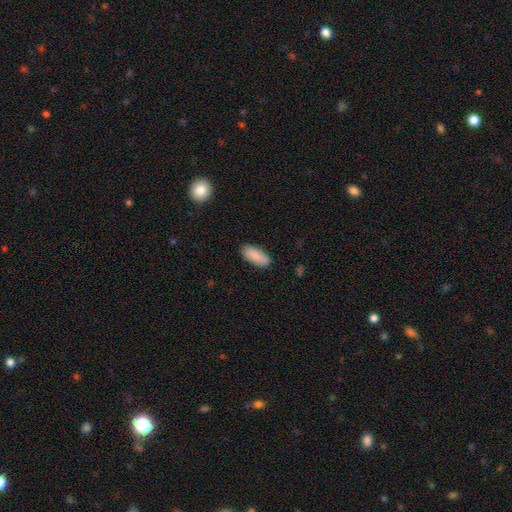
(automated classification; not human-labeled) smooth 89%, star or artifact 6%, featured or disk 5%. Down the decision tree: how rounded — in between (84%); merging — none (84%).